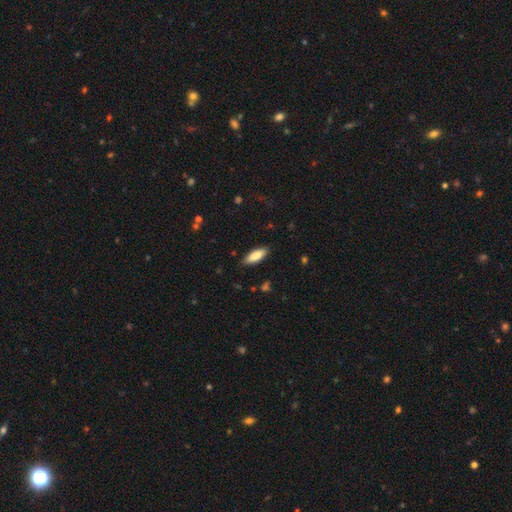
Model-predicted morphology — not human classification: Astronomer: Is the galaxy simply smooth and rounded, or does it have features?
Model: smooth — 86%.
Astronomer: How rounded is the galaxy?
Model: in between — 73%.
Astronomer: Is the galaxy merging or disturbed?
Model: none — 87%.